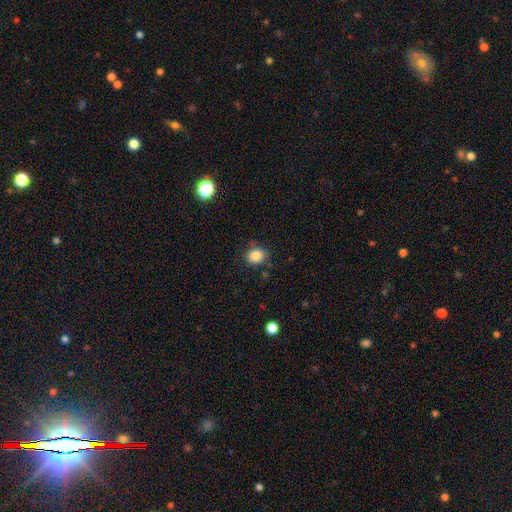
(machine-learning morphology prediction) Smooth or featured: smooth — 86% (star or artifact — 10%)
How rounded: round — 66% (in between — 33%)
Merging: none — 80% (minor disturbance — 14%)